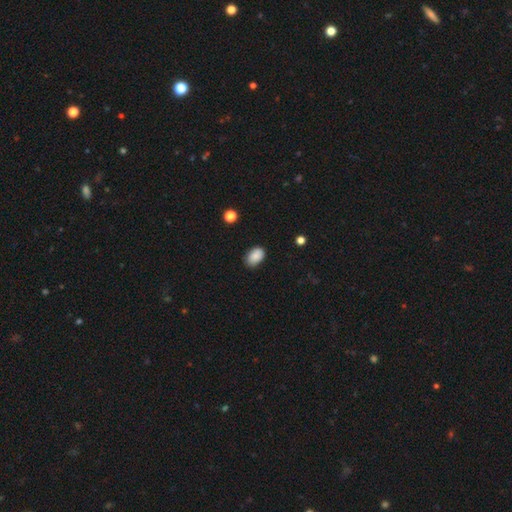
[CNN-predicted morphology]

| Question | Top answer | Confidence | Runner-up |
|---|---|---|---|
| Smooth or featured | smooth | 88% | star or artifact (8%) |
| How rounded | in between | 88% | round (11%) |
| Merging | none | 80% | minor disturbance (16%) |